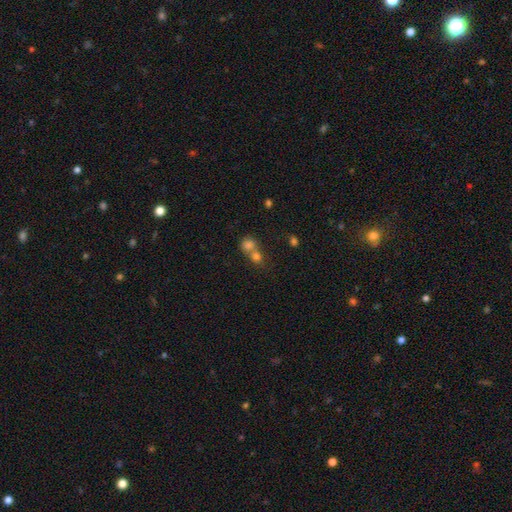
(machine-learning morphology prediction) Smooth or featured: smooth — 69% (star or artifact — 18%)
How rounded: round — 79% (in between — 20%)
Merging: merger — 59% (none — 33%)